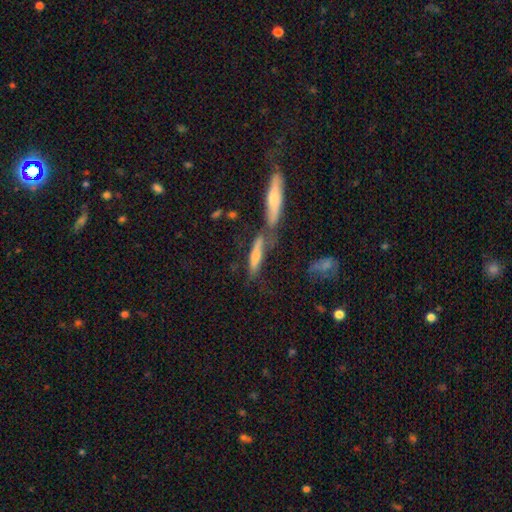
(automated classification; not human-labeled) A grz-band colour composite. It shows a featured or disk galaxy (47%). Merging: none (47%).